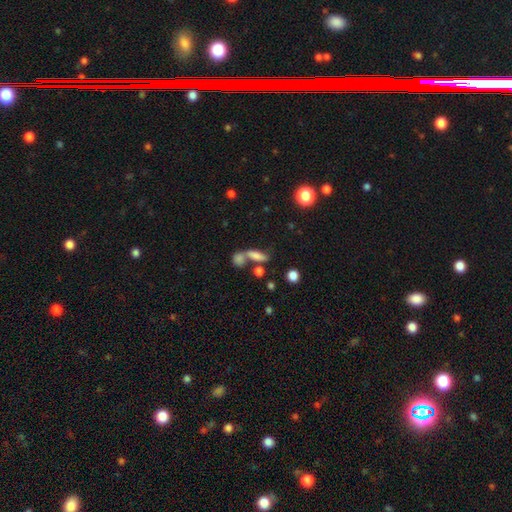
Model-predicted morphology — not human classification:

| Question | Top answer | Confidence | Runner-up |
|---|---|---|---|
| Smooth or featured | smooth | 71% | featured or disk (17%) |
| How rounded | in between | 52% | cigar-shaped (40%) |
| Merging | merger | 44% | none (37%) |